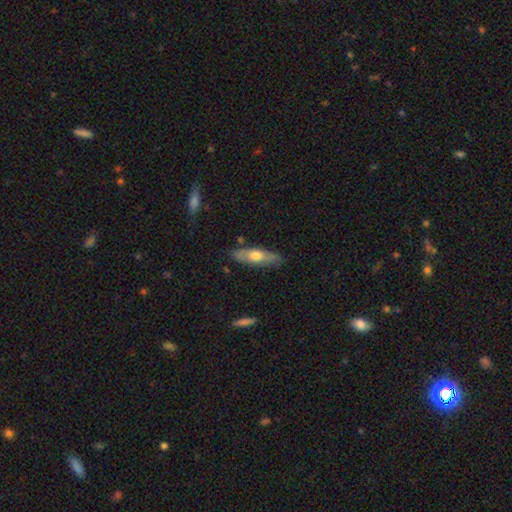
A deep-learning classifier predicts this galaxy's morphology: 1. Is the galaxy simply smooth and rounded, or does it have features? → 51% smooth, 44% featured or disk, 5% star or artifact.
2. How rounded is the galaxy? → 50% cigar-shaped, 47% in between, 3% round.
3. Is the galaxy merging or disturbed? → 82% none, 14% minor disturbance, 3% major disturbance, 2% merger.